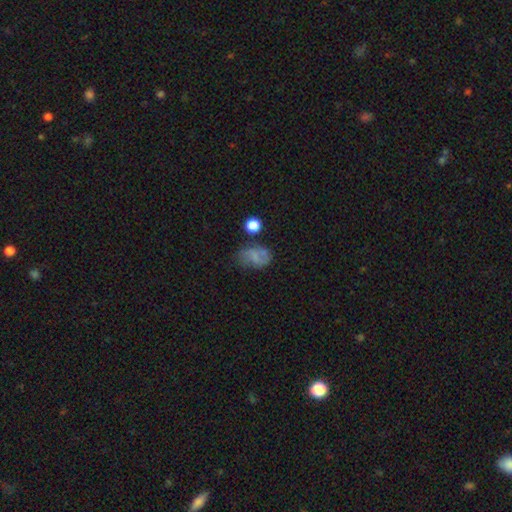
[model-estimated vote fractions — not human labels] smooth-or-featured: smooth: 61% | featured or disk: 25% | star or artifact: 14%
  how-rounded: in between: 74% | round: 25% | cigar-shaped: 2%
  merging: none: 46% | minor disturbance: 28% | major disturbance: 17% | merger: 10%